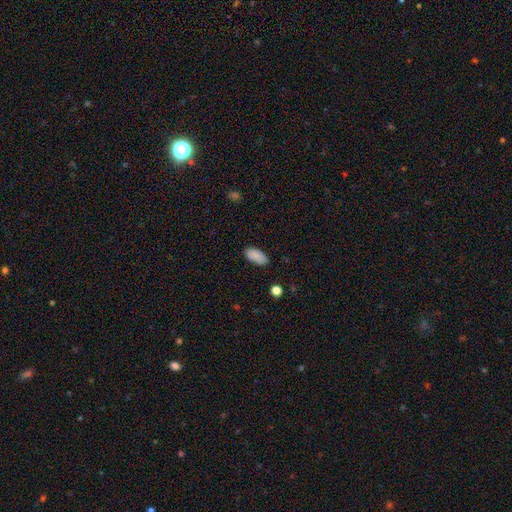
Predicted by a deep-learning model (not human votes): smooth 88%, star or artifact 7%, featured or disk 5%. Down the decision tree: how rounded — in between (93%); merging — none (82%).